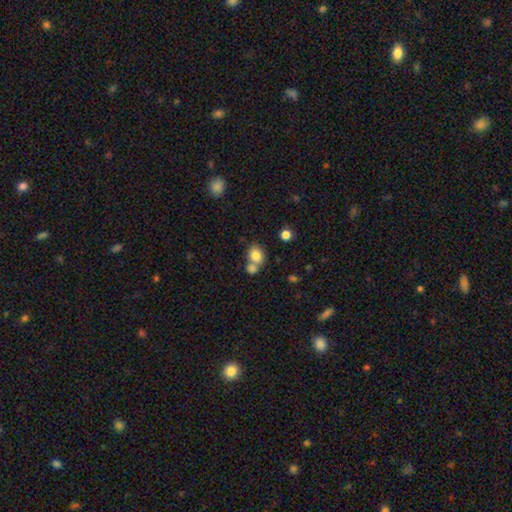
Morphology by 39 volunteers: This appears to be a smooth galaxy with no disk features (85%) that is round (70%). Merging: merger (51%).